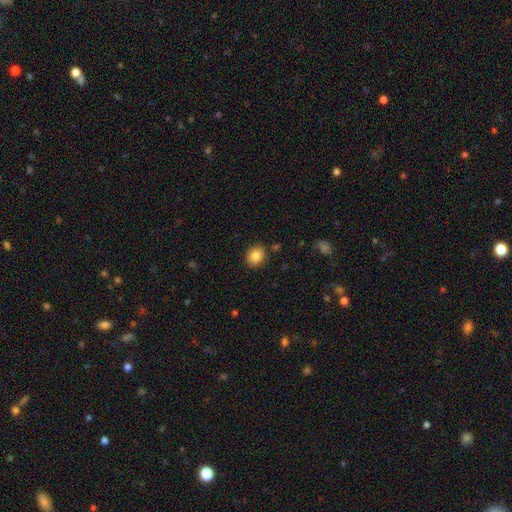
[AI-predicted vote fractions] A smooth galaxy with no disk features (85%) that is round (62%). Merging: none (86%).